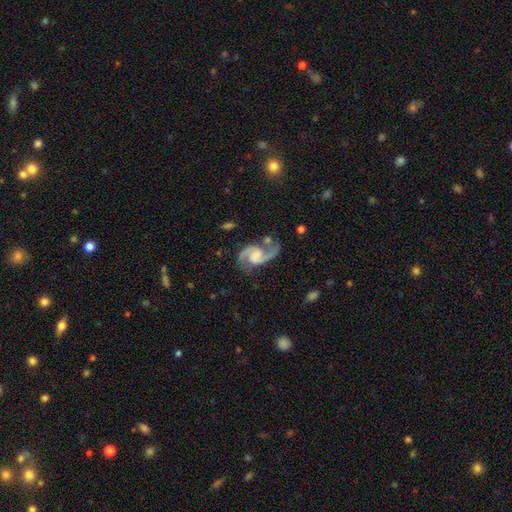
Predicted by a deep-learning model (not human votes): This appears to be a featured or disk galaxy (90%) with no bar (50%), 2 (93%) medium (47%) spiral arms (98%) and no central bulge (42%). Merging: none (64%).